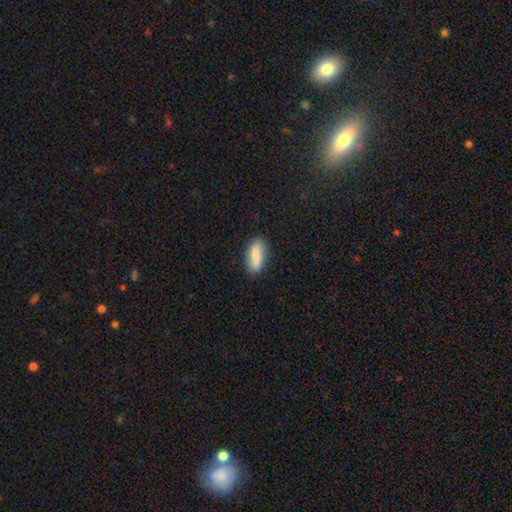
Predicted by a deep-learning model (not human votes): Smooth or featured: smooth — 78% (featured or disk — 16%)
How rounded: in between — 71% (cigar-shaped — 26%)
Merging: none — 82% (minor disturbance — 13%)